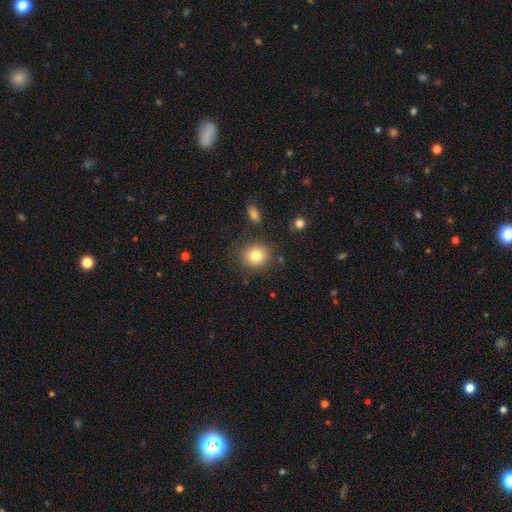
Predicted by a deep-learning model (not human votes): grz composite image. It shows a smooth galaxy with no disk features (82%) that is round (87%). Merging: none (85%).